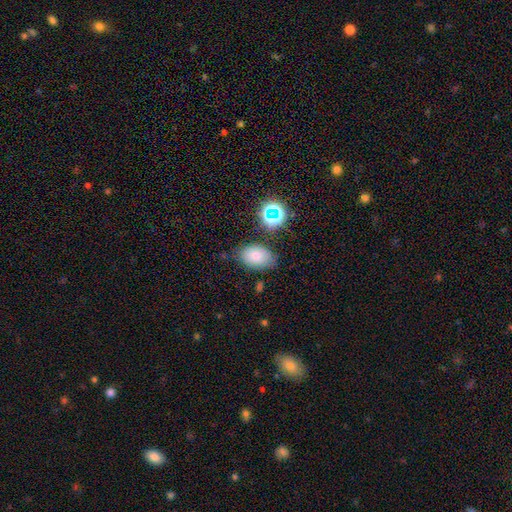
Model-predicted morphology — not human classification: A smooth galaxy with no disk features (75%) that is in between round and cigar-shaped (83%).

Vote fractions:
- Smooth or featured? smooth: 75% / star or artifact: 13% / featured or disk: 11%
- How rounded? in between: 83% / round: 16% / cigar-shaped: 1%
- Merging? none: 73% / minor disturbance: 18% / major disturbance: 5% / merger: 4%